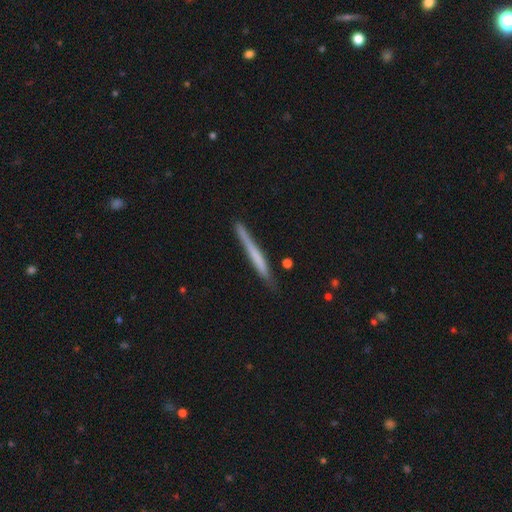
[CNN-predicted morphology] Smooth or featured?
  - smooth: 53% *
  - featured or disk: 41%
  - star or artifact: 6%
How rounded?
  - cigar-shaped: 97% *
  - in between: 2%
  - round: 1%
Merging?
  - none: 80% *
  - minor disturbance: 15%
  - major disturbance: 2%
  - merger: 2%